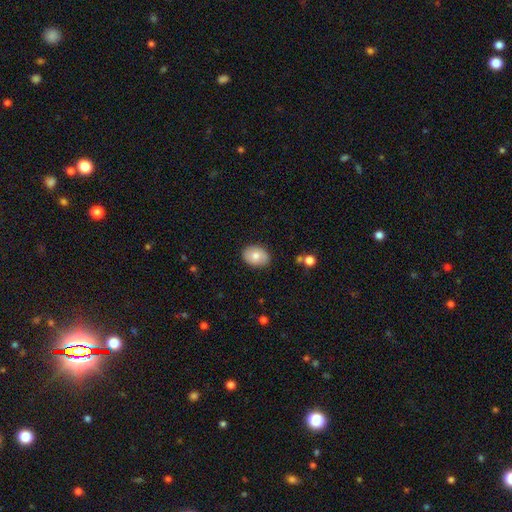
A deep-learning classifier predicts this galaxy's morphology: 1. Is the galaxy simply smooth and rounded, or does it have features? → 76% smooth, 16% featured or disk, 7% star or artifact.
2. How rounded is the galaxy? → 70% in between, 29% round, 1% cigar-shaped.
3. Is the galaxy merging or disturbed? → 86% none, 11% minor disturbance, 2% major disturbance, 1% merger.